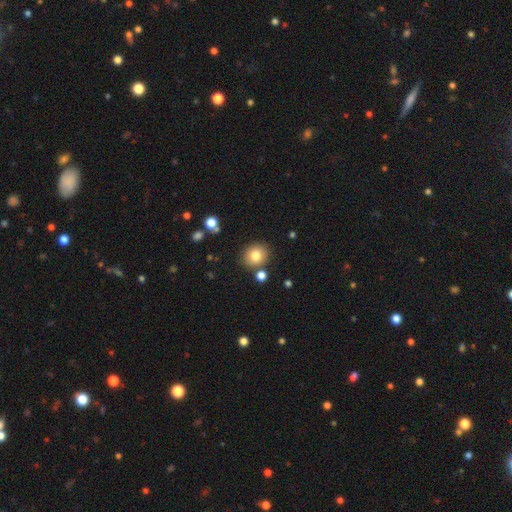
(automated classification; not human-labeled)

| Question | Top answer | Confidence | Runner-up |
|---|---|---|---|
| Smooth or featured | smooth | 80% | star or artifact (11%) |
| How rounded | round | 84% | in between (15%) |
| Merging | none | 82% | minor disturbance (9%) |